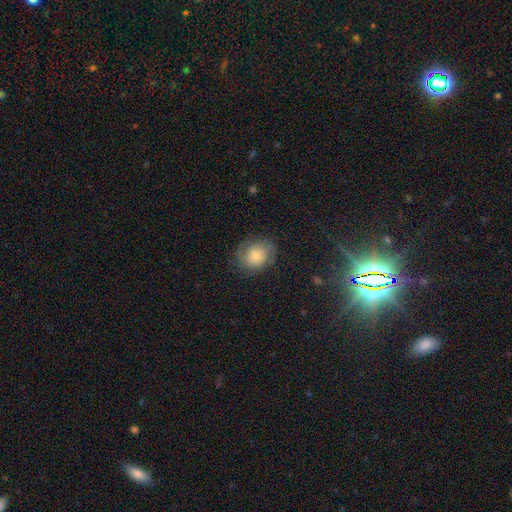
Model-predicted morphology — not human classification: Smooth or featured? smooth (56%)
How rounded? round (62%)
Merging? none (71%)